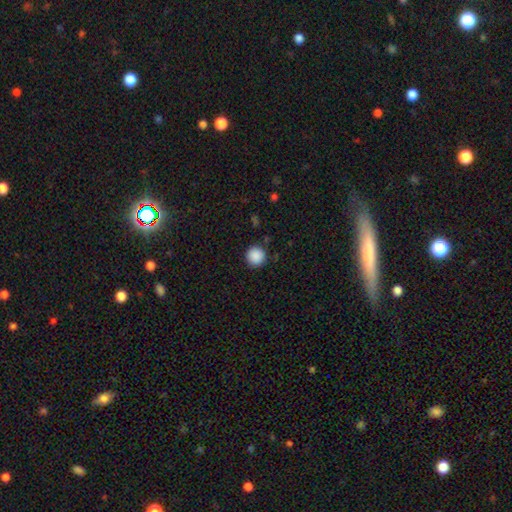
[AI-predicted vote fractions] The model was most divided on "smooth or featured": smooth: 89%, star or artifact: 8%, featured or disk: 3%. More confident: how rounded — round (95%); merging — none (91%).